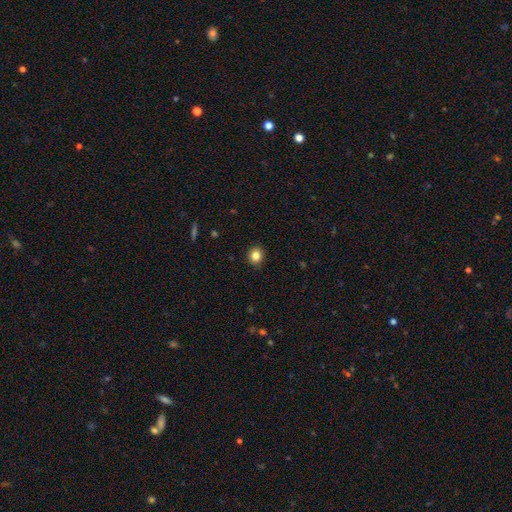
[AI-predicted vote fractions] Overall: smooth (83%). How rounded: round (82%). Merging: none (90%).